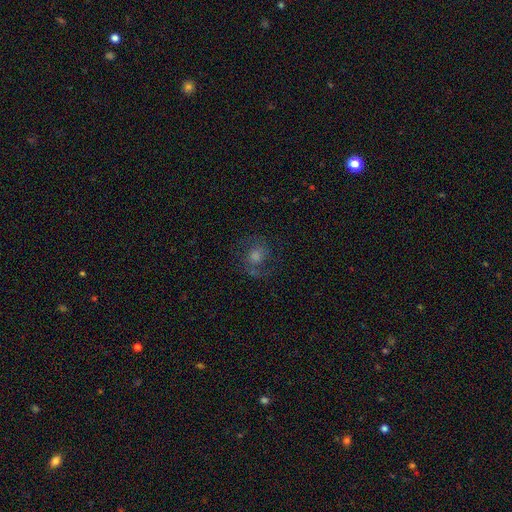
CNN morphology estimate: A featured or disk galaxy (57%) with no bar (69%), spiral arms (87%) and a moderate central bulge (48%). Merging: none (72%).